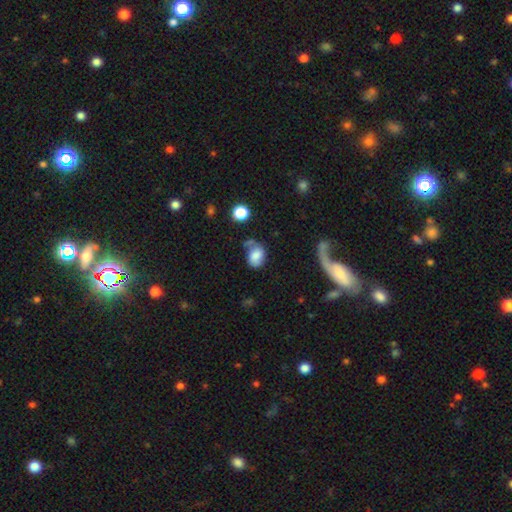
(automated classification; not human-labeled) Smooth or featured? smooth (62%)
How rounded? in between (64%)
Merging? none (39%)